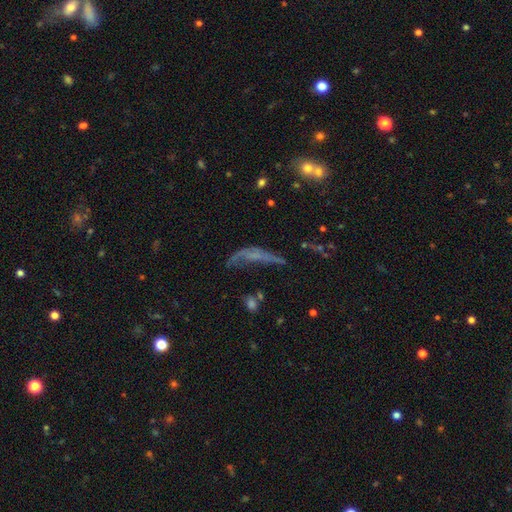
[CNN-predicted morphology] Smooth or featured: featured or disk — 43% (smooth — 34%)
Merging: major disturbance — 42% (none — 29%)